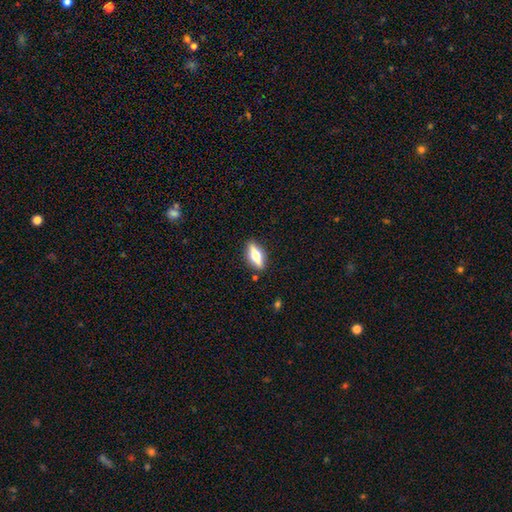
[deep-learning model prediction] A featured or disk galaxy (54%) viewed edge-on (91%). Merging: none (87%).